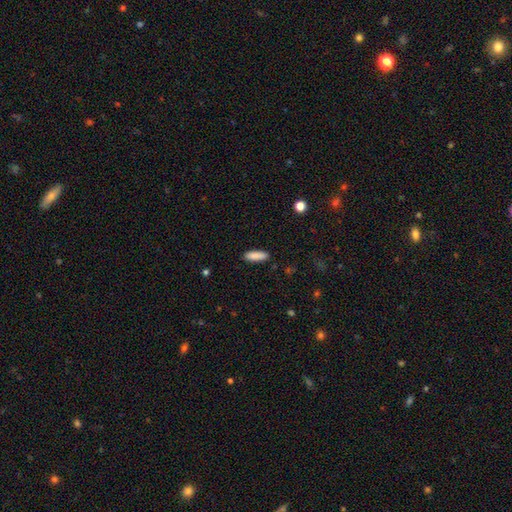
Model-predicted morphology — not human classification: A smooth galaxy with no disk features (88%) that is cigar-shaped (55%).

Vote fractions:
- Smooth or featured? smooth: 88% / star or artifact: 6% / featured or disk: 5%
- How rounded? cigar-shaped: 55% / in between: 43% / round: 2%
- Merging? none: 88% / minor disturbance: 8% / major disturbance: 2% / merger: 1%